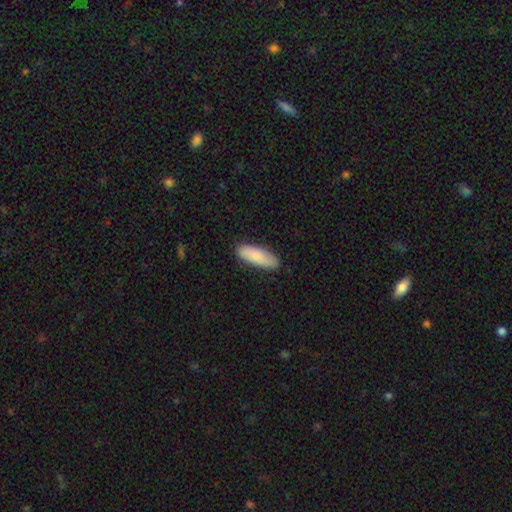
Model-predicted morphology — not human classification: smooth_or_featured: smooth (p=0.87) [alt: featured or disk p=0.07]
how_rounded: in between (p=0.59) [alt: cigar-shaped p=0.40]
merging: none (p=0.86) [alt: minor disturbance p=0.11]